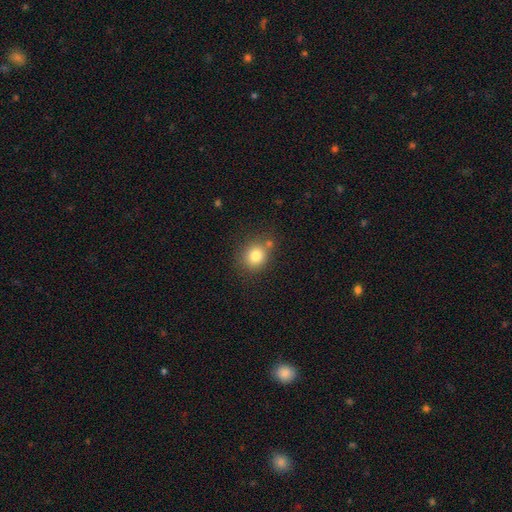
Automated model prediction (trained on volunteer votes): This is likely a smooth galaxy (80%). How rounded: likely round (72%). Merging: likely none (70%).